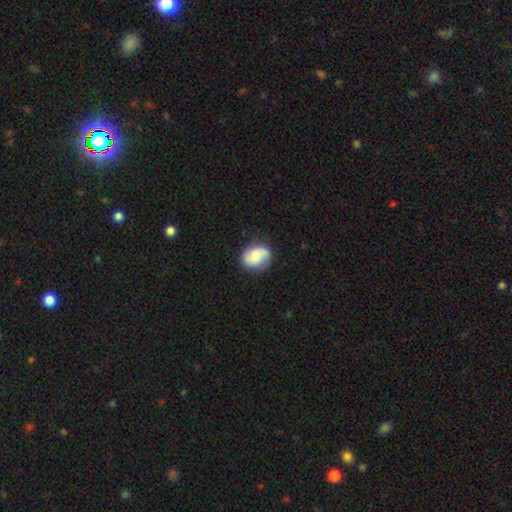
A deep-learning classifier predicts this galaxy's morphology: Smooth or featured: featured or disk — 47% (smooth — 45%)
Merging: none — 76% (minor disturbance — 17%)